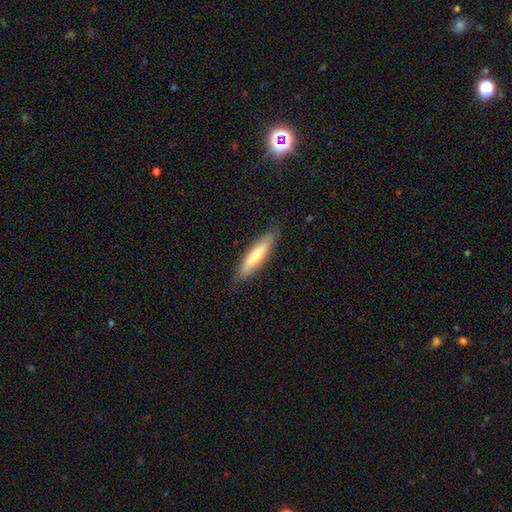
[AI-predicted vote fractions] This appears to be a smooth galaxy with no disk features (62%) that is cigar-shaped (77%). Merging: none (84%).